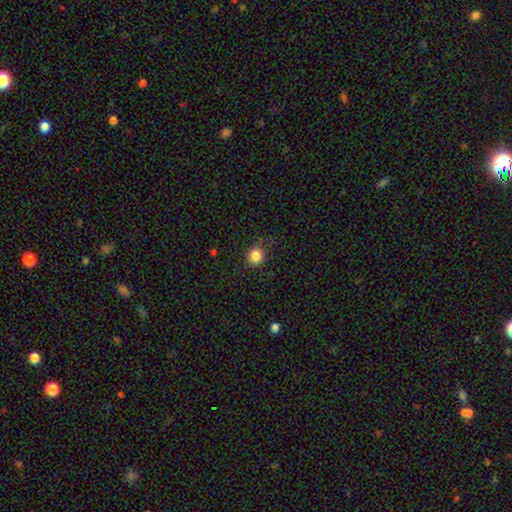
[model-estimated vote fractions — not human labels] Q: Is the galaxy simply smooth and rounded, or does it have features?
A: smooth — 85%.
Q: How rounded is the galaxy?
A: round — 73%.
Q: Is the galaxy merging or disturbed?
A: none — 78%.